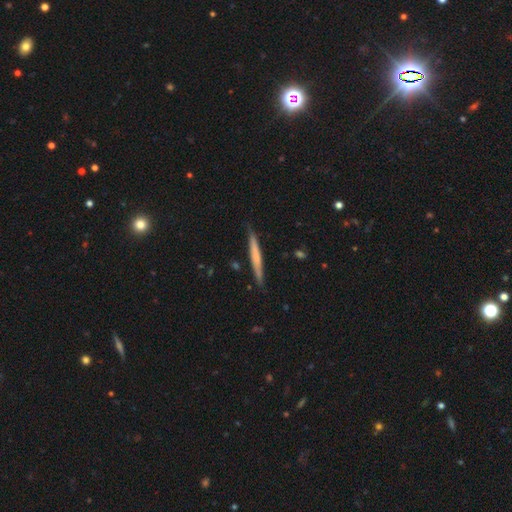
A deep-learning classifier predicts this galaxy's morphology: This appears to be a smooth galaxy with no disk features (51%) that is cigar-shaped (96%). Merging: none (87%).